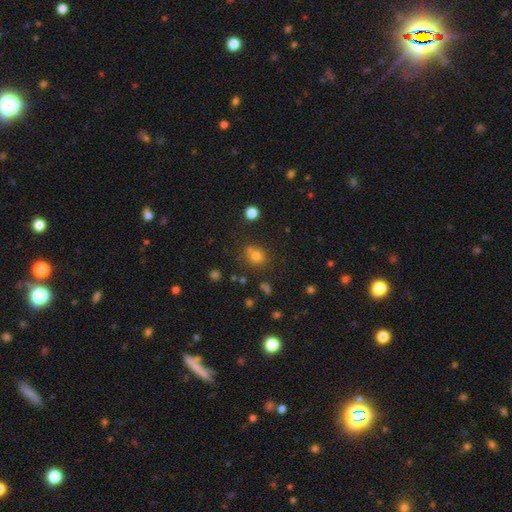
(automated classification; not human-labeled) smooth-or-featured: smooth: 73% | star or artifact: 19% | featured or disk: 9%
  how-rounded: round: 75% | in between: 24% | cigar-shaped: 1%
  merging: none: 64% | merger: 19% | minor disturbance: 13% | major disturbance: 5%